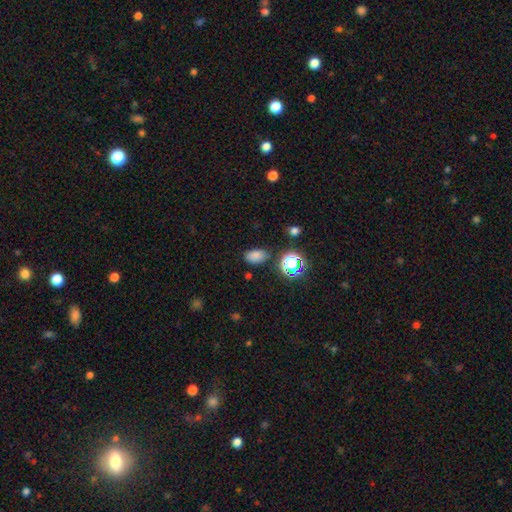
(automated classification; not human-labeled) This is likely a smooth galaxy (76%). How rounded: clearly in between (85%). Merging: likely none (79%).